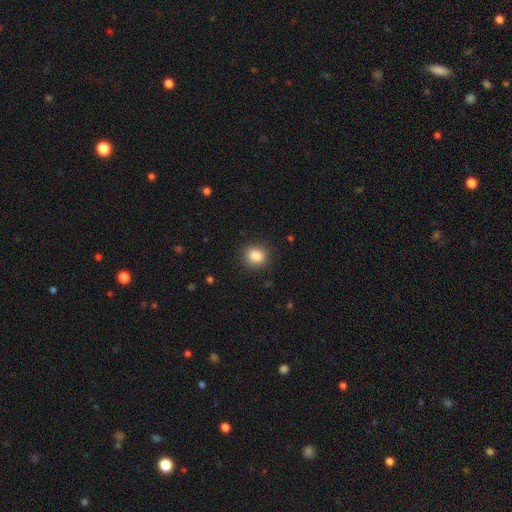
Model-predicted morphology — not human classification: Smooth or featured? smooth (86%)
How rounded? round (72%)
Merging? none (87%)